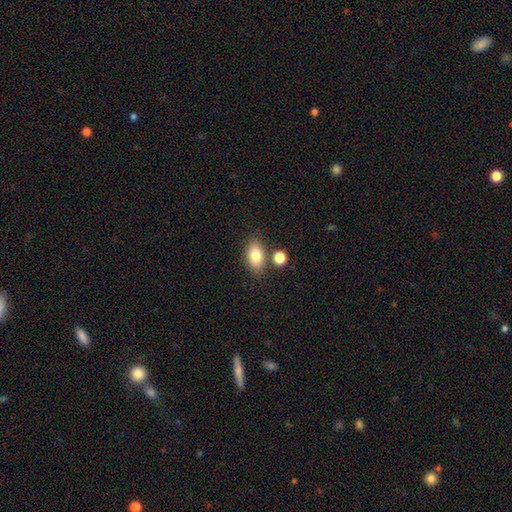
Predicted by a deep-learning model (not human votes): Smooth or featured?
  - smooth: 81% *
  - featured or disk: 11%
  - star or artifact: 9%
How rounded?
  - in between: 86% *
  - round: 12%
  - cigar-shaped: 3%
Merging?
  - none: 74% *
  - minor disturbance: 12%
  - merger: 11%
  - major disturbance: 3%